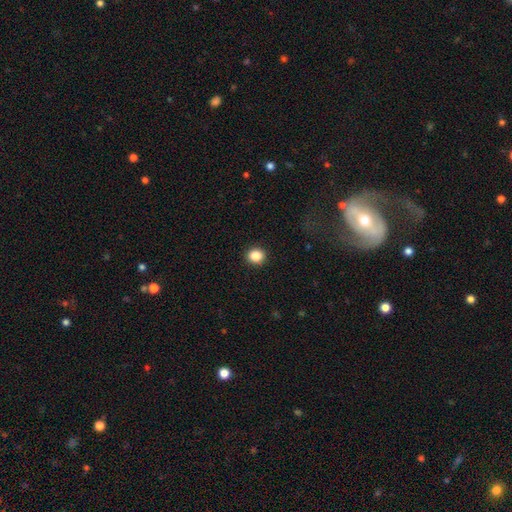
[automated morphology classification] smooth-or-featured: smooth: 86% | star or artifact: 10% | featured or disk: 4%
  how-rounded: round: 82% | in between: 17% | cigar-shaped: 1%
  merging: none: 92% | minor disturbance: 5% | major disturbance: 2% | merger: 1%